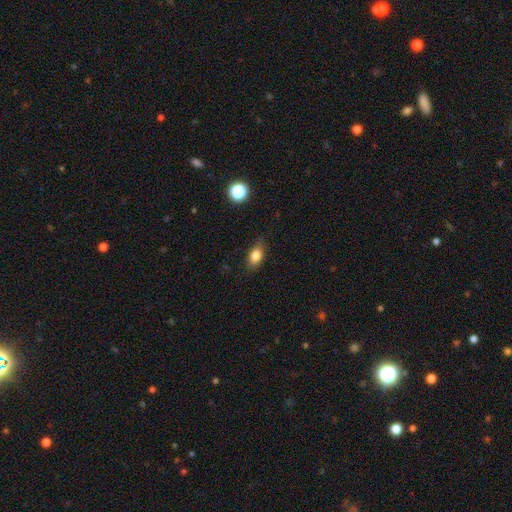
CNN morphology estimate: Q: Smooth or featured?
A: smooth (81%); runner-up: star or artifact (10%)
Q: How rounded?
A: in between (79%); runner-up: round (16%)
Q: Merging?
A: none (77%); runner-up: minor disturbance (18%)